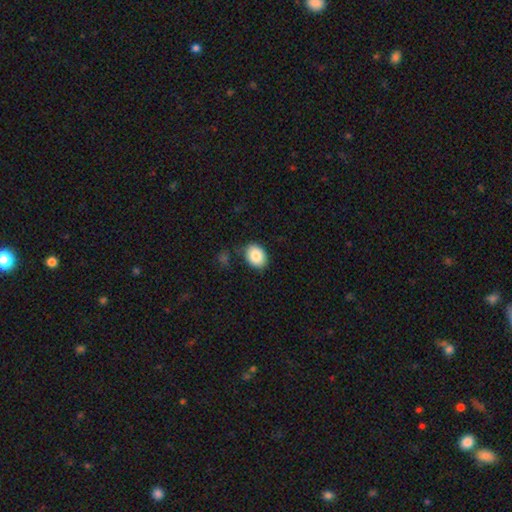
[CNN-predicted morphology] smooth_or_featured: smooth (p=0.85) [alt: star or artifact p=0.08]
how_rounded: in between (p=0.63) [alt: round p=0.37]
merging: none (p=0.75) [alt: minor disturbance p=0.18]